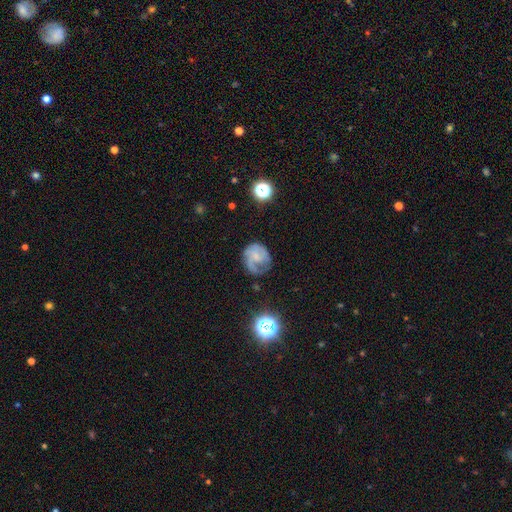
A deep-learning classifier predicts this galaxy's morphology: This appears to be a featured or disk galaxy (63%) with no bar (62%), 2 (37%) medium (42%) spiral arms (86%) and a small central bulge (54%). Merging: none (53%).